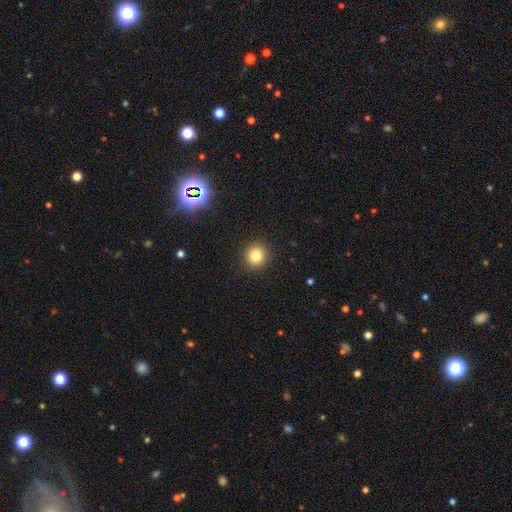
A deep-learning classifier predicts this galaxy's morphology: Overall: smooth (81%). How rounded: round (90%). Merging: none (91%).